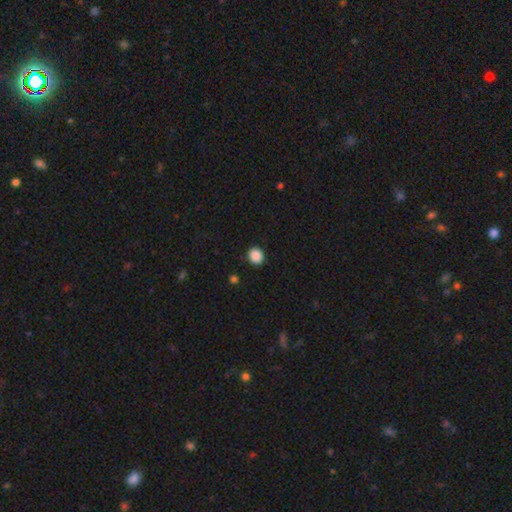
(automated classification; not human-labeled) The model was most divided on "how rounded": round: 77%, in between: 22%, cigar-shaped: 1%. More confident: merging — none (90%); smooth or featured — smooth (89%).